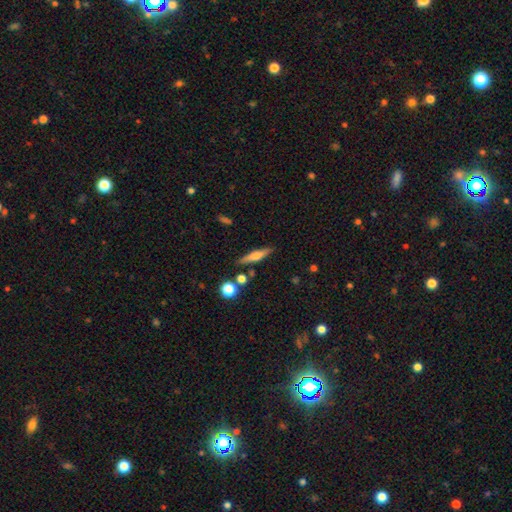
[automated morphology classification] smooth_or_featured: smooth (p=0.46) [tied with: featured or disk p=0.46]
merging: none (p=0.82) [alt: minor disturbance p=0.10]